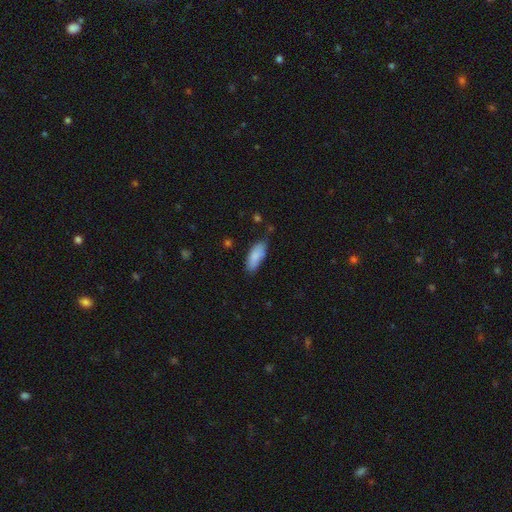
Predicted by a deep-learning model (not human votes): Morphology: type=smooth (85%); roundness=in between (77%); merging=none (69%).